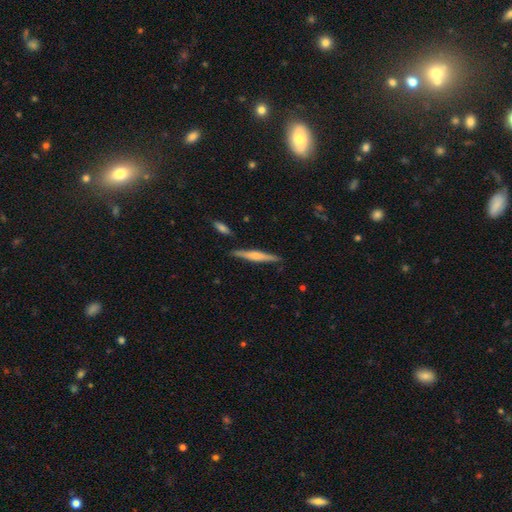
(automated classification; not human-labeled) This is possibly a featured or disk galaxy (49%). Merging: clearly none (86%).